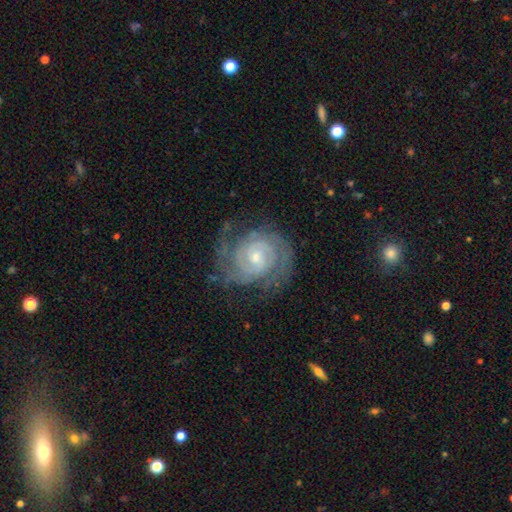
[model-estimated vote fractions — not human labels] Q: Smooth or featured?
A: featured or disk (89%); runner-up: smooth (6%)
Q: Edge-on disk?
A: no (98%); runner-up: yes (2%)
Q: Bar?
A: no (58%); runner-up: weak (34%)
Q: Spiral arms?
A: yes (97%); runner-up: no (3%)
Q: Spiral winding?
A: tight (72%); runner-up: medium (24%)
Q: Spiral arm count?
A: 2 (56%); runner-up: can't tell (17%)
Q: Bulge size?
A: small (62%); runner-up: moderate (34%)
Q: Merging?
A: none (73%); runner-up: minor disturbance (17%)